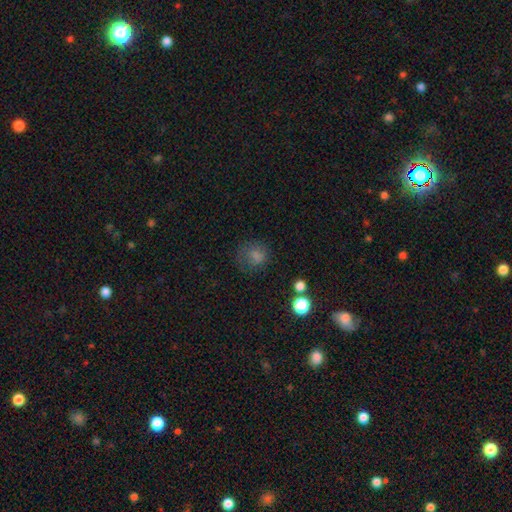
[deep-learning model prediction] Q: Smooth or featured?
A: smooth (75%); runner-up: star or artifact (15%)
Q: How rounded?
A: round (77%); runner-up: in between (22%)
Q: Merging?
A: none (61%); runner-up: minor disturbance (21%)